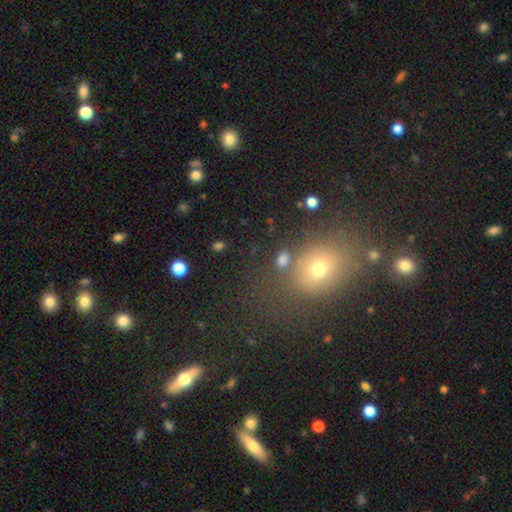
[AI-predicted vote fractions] Q: Smooth or featured?
A: smooth (58%); runner-up: star or artifact (30%)
Q: How rounded?
A: round (51%); runner-up: in between (46%)
Q: Merging?
A: none (74%); runner-up: minor disturbance (12%)